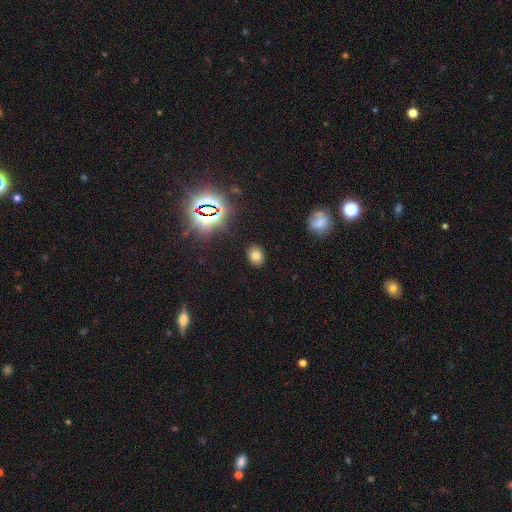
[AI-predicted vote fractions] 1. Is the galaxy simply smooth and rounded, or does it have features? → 70% smooth, 21% star or artifact, 9% featured or disk.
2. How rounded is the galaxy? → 58% in between, 41% round, 1% cigar-shaped.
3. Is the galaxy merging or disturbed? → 88% none, 8% minor disturbance, 3% major disturbance, 1% merger.